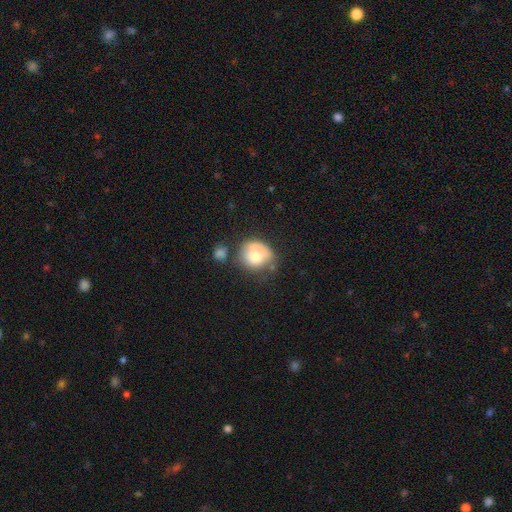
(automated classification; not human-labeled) smooth-or-featured: smooth: 64% | featured or disk: 28% | star or artifact: 8%
  how-rounded: round: 76% | in between: 23% | cigar-shaped: 1%
  merging: none: 40% | merger: 23% | minor disturbance: 23% | major disturbance: 14%